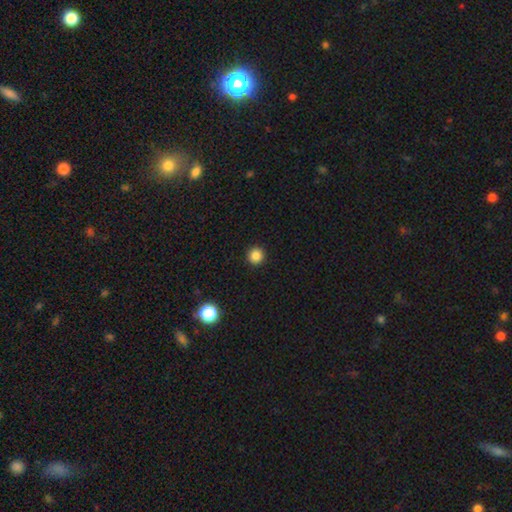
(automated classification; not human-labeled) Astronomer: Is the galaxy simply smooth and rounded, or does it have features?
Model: smooth — 85%.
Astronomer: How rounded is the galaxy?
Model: round — 96%.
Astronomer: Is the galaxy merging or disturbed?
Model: none — 94%.